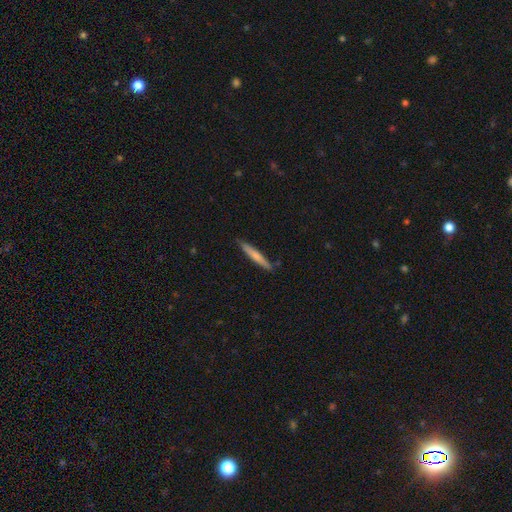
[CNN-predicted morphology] This appears to be a smooth galaxy with no disk features (64%) that is cigar-shaped (95%). Merging: none (87%).